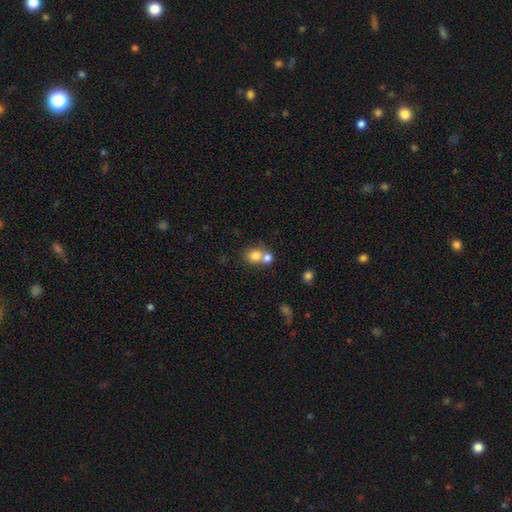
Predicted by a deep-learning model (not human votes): smooth_or_featured: smooth (p=0.77) [alt: star or artifact p=0.12]
how_rounded: round (p=0.76) [alt: in between p=0.23]
merging: merger (p=0.49) [alt: none p=0.41]